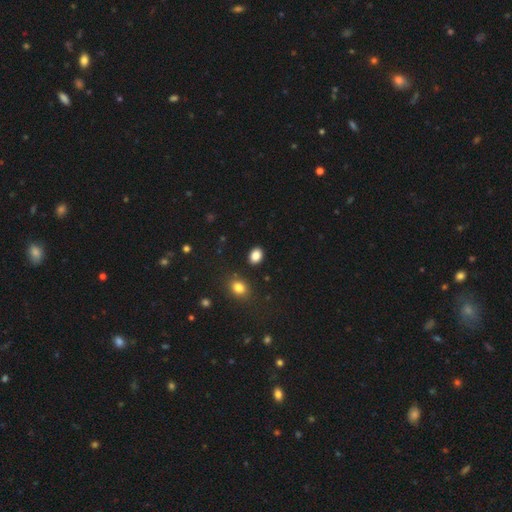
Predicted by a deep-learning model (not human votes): Q: Smooth or featured?
A: smooth (87%); runner-up: star or artifact (9%)
Q: How rounded?
A: in between (68%); runner-up: round (31%)
Q: Merging?
A: none (88%); runner-up: minor disturbance (8%)